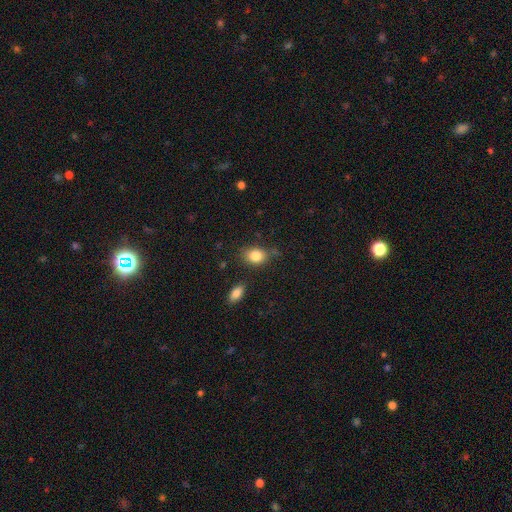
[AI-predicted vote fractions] Q: Smooth or featured?
A: smooth (83%); runner-up: star or artifact (9%)
Q: How rounded?
A: in between (66%); runner-up: round (33%)
Q: Merging?
A: none (70%); runner-up: minor disturbance (20%)